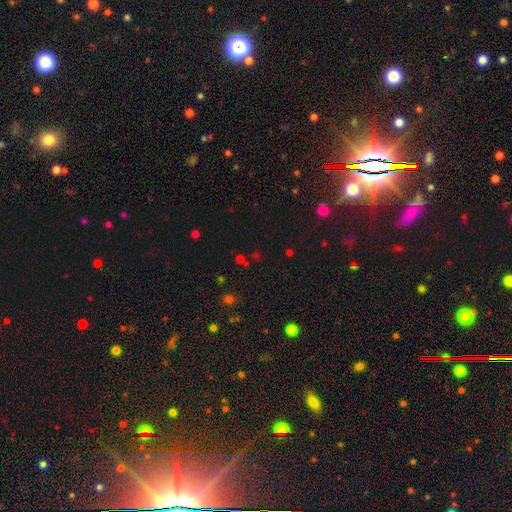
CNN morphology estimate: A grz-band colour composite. It shows a star or artifact, not a galaxy (55%).